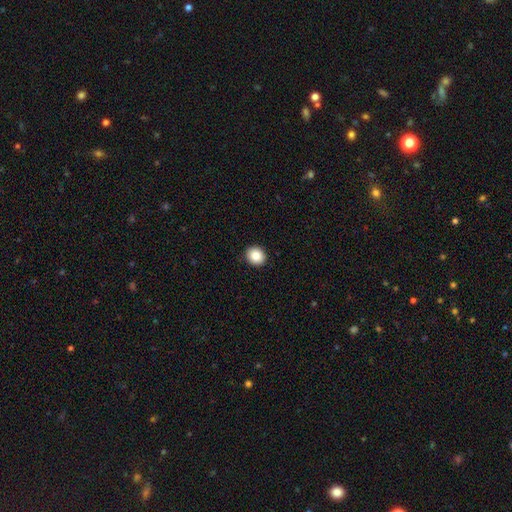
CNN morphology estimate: smooth_or_featured: smooth (p=0.84) [alt: star or artifact p=0.09]
how_rounded: round (p=0.79) [alt: in between p=0.20]
merging: none (p=0.93) [alt: minor disturbance p=0.05]